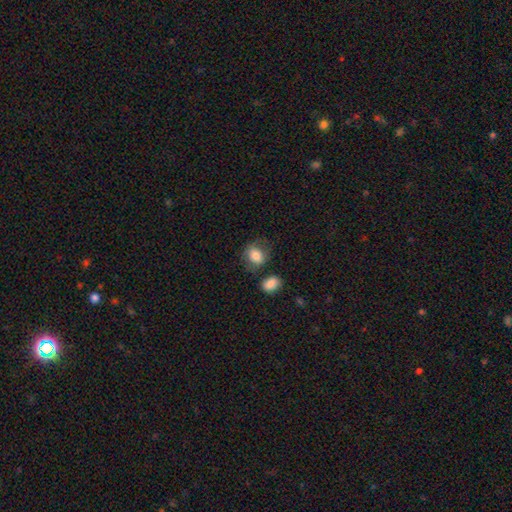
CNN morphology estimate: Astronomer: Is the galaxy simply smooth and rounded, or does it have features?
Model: smooth — 82%.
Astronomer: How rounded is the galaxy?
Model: round — 50% (runner-up: in between, 49%).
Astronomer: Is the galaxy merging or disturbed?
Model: none — 64%.